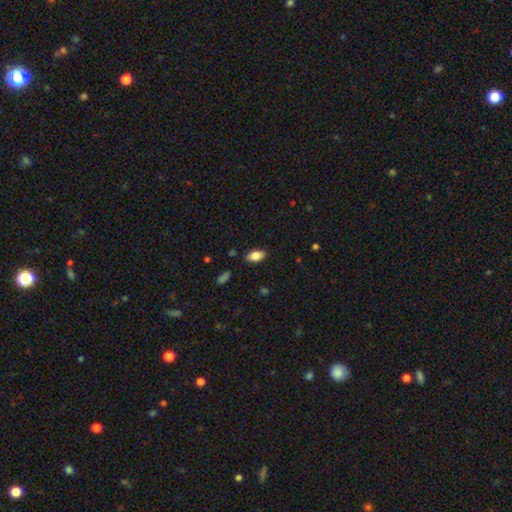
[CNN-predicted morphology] smooth 80%, featured or disk 13%, star or artifact 8%. Down the decision tree: how rounded — in between (90%); merging — none (85%).